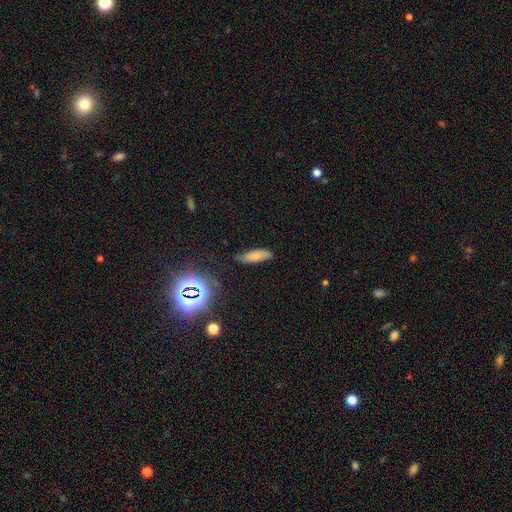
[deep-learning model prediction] smooth_or_featured: smooth (p=0.73) [alt: featured or disk p=0.14]
how_rounded: in between (p=0.56) [alt: cigar-shaped p=0.41]
merging: none (p=0.69) [alt: minor disturbance p=0.24]